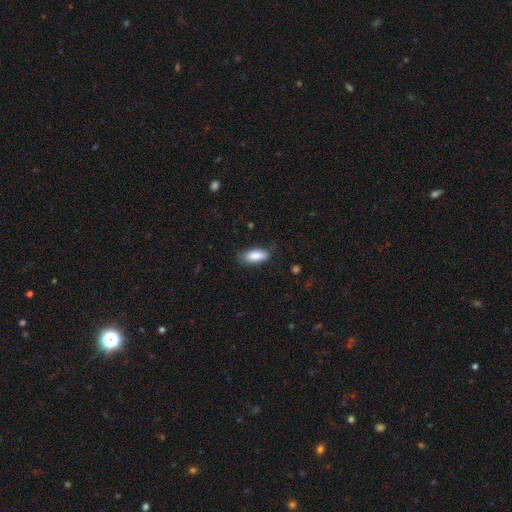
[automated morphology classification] This appears to be a smooth galaxy with no disk features (87%) that is in between round and cigar-shaped (83%). Merging: none (76%).